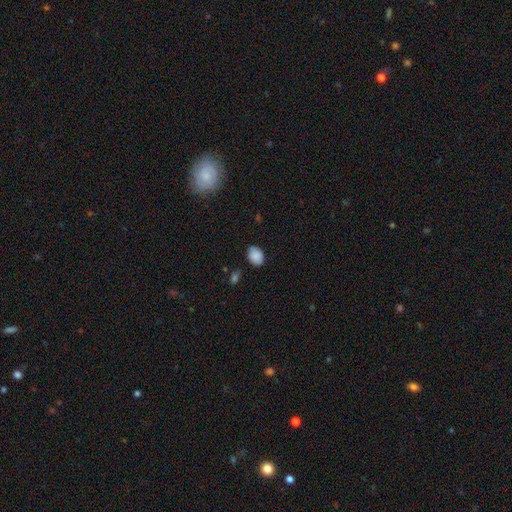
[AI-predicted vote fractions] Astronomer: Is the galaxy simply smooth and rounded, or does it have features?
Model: smooth — 87%.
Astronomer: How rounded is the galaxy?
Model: in between — 72%.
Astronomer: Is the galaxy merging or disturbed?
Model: none — 78%.